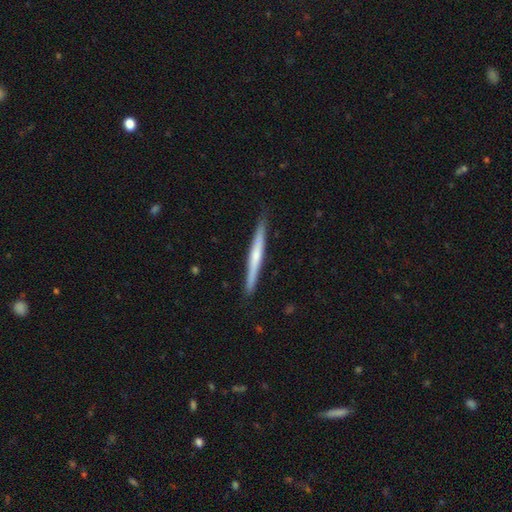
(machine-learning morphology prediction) Smooth or featured? featured or disk (63%)
Edge-on disk? yes (97%)
Edge-on bulge? rounded (55%)
Merging? none (89%)